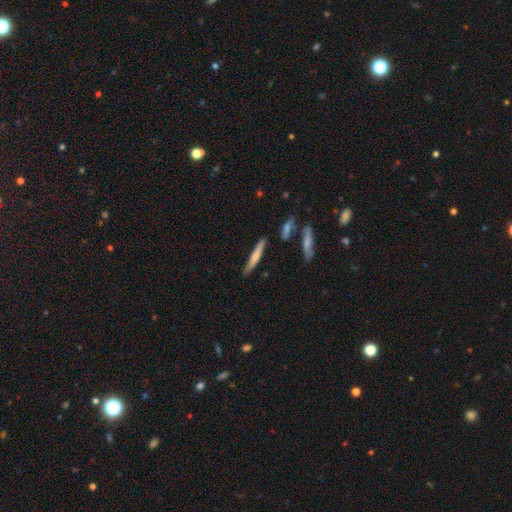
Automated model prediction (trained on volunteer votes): Smooth or featured? Predicted: smooth (p=0.61). How rounded? Predicted: cigar-shaped (p=0.92). Merging? Predicted: none (p=0.83).